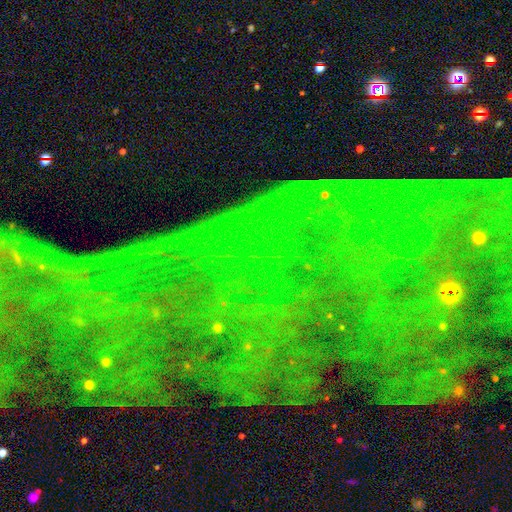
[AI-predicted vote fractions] A star or artifact, not a galaxy (83%).

Vote fractions:
- Smooth or featured? star or artifact: 83% / featured or disk: 10% / smooth: 7%